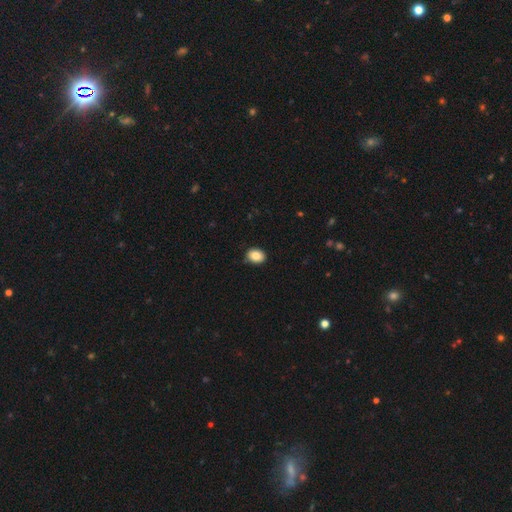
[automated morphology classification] A smooth galaxy with no disk features (84%) that is in between round and cigar-shaped (63%). Merging: none (87%).